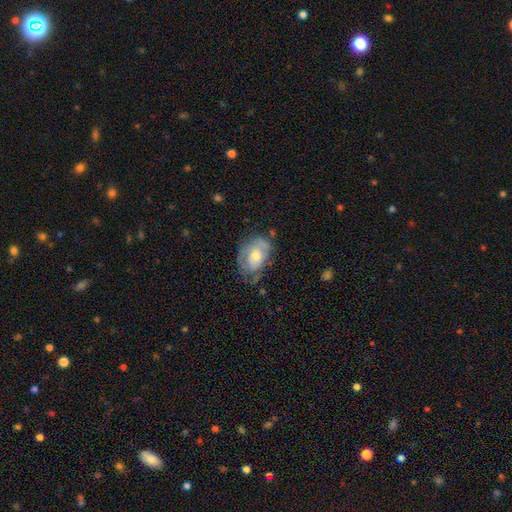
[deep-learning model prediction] featured or disk 46% (tied), smooth 46% (tied), star or artifact 7%. Down the decision tree: merging — none (49%).